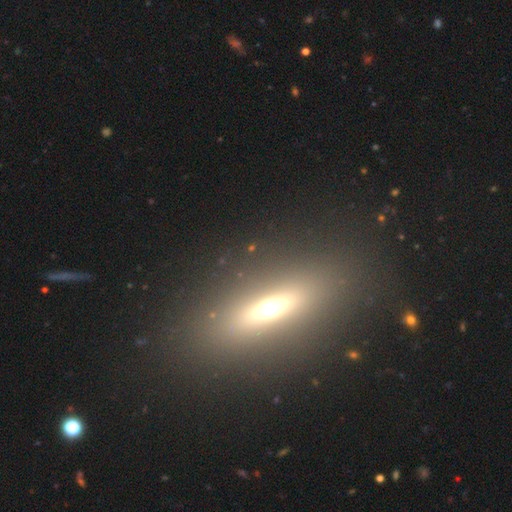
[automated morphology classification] A featured or disk galaxy (51%) viewed edge-on (76%).

Vote fractions:
- Smooth or featured? featured or disk: 51% / smooth: 34% / star or artifact: 14%
- Edge-on disk? yes: 76% / no: 24%
- Merging? none: 86% / minor disturbance: 8% / major disturbance: 4% / merger: 2%